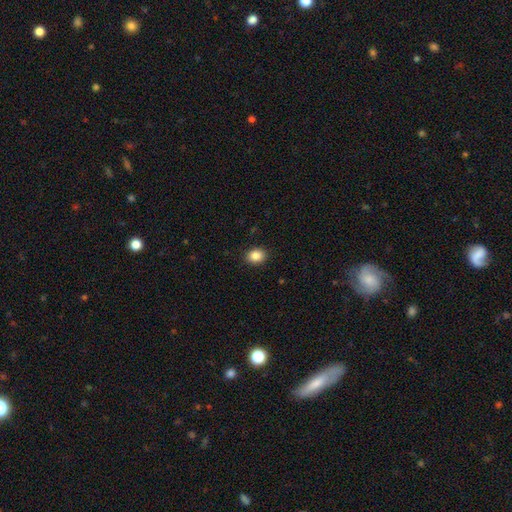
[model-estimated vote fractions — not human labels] This appears to be a smooth galaxy with no disk features (86%) that is in between round and cigar-shaped (51%). Merging: none (90%).